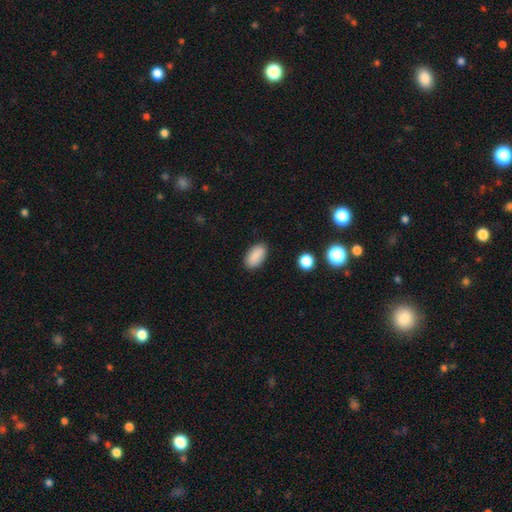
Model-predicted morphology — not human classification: Smooth or featured: smooth — 89% (star or artifact — 7%)
How rounded: in between — 93% (round — 4%)
Merging: none — 88% (minor disturbance — 9%)